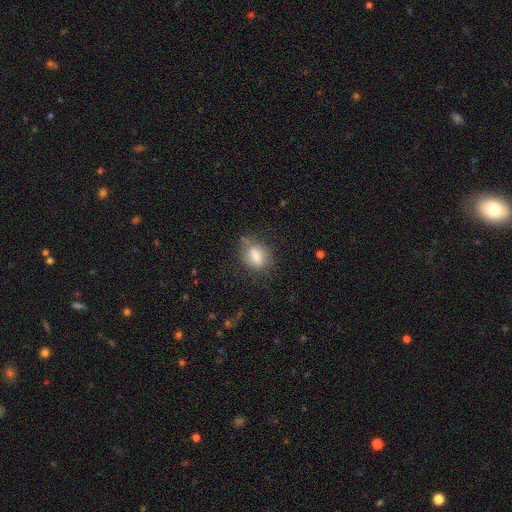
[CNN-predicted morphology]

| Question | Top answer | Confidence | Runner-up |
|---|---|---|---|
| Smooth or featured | smooth | 77% | featured or disk (14%) |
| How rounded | in between | 73% | round (22%) |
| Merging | none | 60% | minor disturbance (26%) |